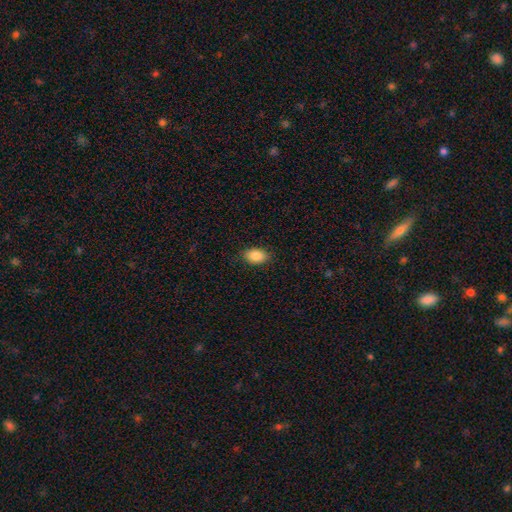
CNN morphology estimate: smooth 88%, star or artifact 7%, featured or disk 4%. Down the decision tree: how rounded — in between (87%); merging — none (87%).